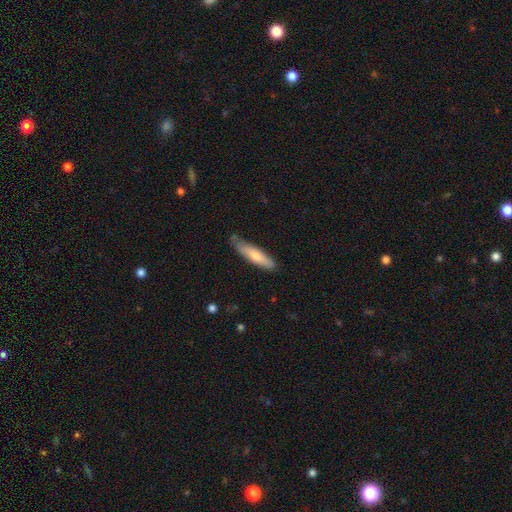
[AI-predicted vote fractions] Smooth or featured?
  - smooth: 72% *
  - featured or disk: 23%
  - star or artifact: 5%
How rounded?
  - cigar-shaped: 78% *
  - in between: 21%
  - round: 1%
Merging?
  - none: 72% *
  - minor disturbance: 22%
  - major disturbance: 4%
  - merger: 3%